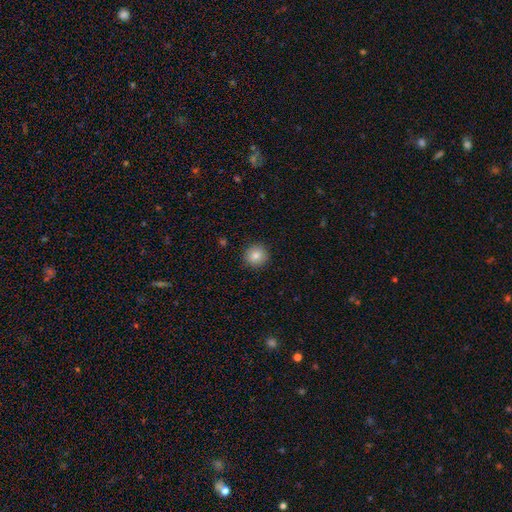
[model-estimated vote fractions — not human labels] This appears to be a smooth galaxy with no disk features (84%) that is round (92%). Merging: none (91%).